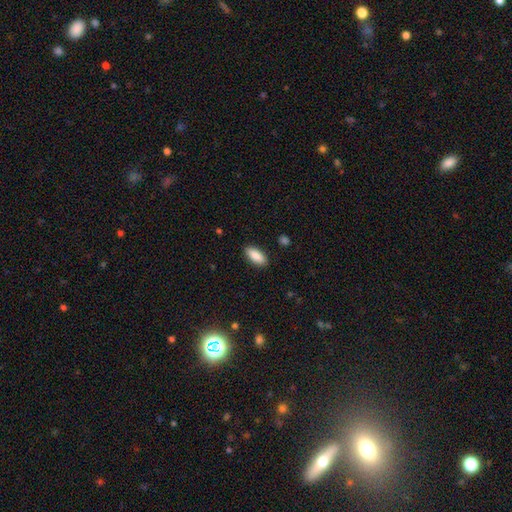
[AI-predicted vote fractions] A smooth galaxy with no disk features (88%) that is in between round and cigar-shaped (83%).

Vote fractions:
- Smooth or featured? smooth: 88% / star or artifact: 6% / featured or disk: 6%
- How rounded? in between: 83% / cigar-shaped: 15% / round: 2%
- Merging? none: 89% / minor disturbance: 8% / major disturbance: 2% / merger: 1%